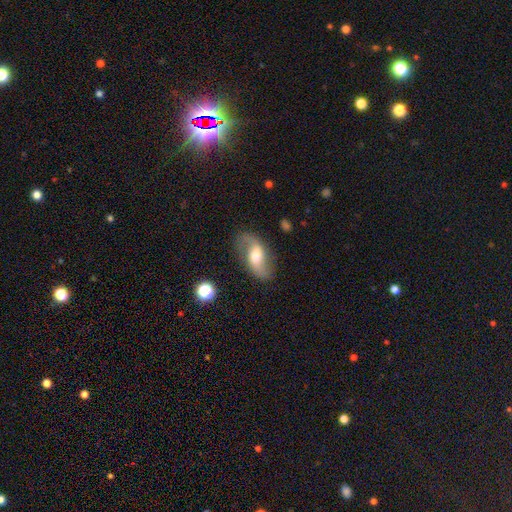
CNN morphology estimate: smooth-or-featured: featured or disk: 72% | smooth: 21% | star or artifact: 7%
  disk-edge-on: no: 94% | yes: 6%
    bar: weak: 44% | no: 37% | strong: 19%
    has-spiral-arms: yes: 91% | no: 9%
      spiral-winding: loose: 70% | medium: 24% | tight: 7%
      spiral-arm-count: 2: 91% | can't tell: 3% | 1: 3% | 3: 1% | 4: 1% | more than 4: 1%
    bulge-size: moderate: 60% | large: 19% | small: 16% | none: 2% | dominant: 2%
  merging: none: 77% | minor disturbance: 15% | major disturbance: 7% | merger: 2%